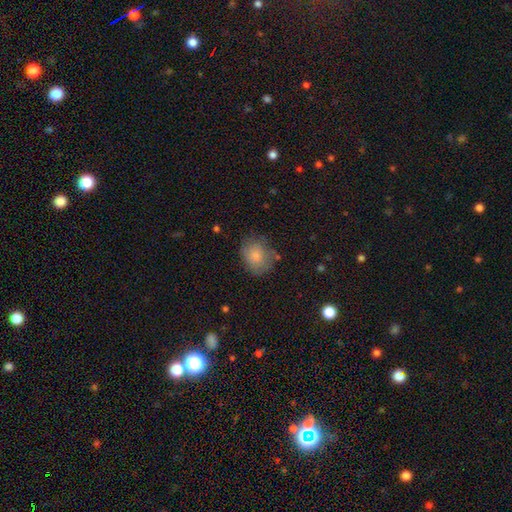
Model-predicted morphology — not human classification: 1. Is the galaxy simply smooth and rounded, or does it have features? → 80% smooth, 12% featured or disk, 8% star or artifact.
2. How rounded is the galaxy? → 57% round, 42% in between, 1% cigar-shaped.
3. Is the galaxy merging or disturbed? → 65% none, 24% minor disturbance, 8% major disturbance, 3% merger.